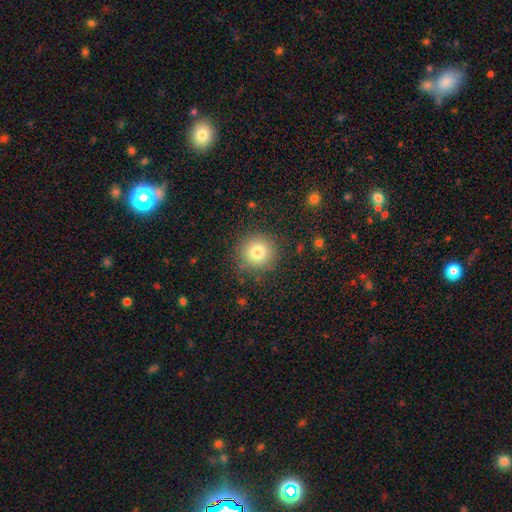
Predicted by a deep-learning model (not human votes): Smooth or featured? smooth (80%)
How rounded? round (94%)
Merging? none (88%)